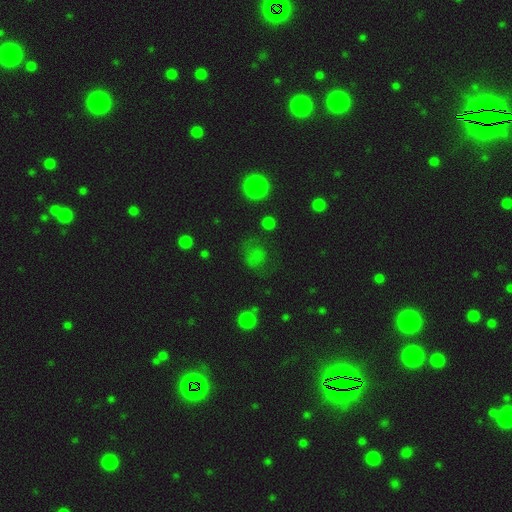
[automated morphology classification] Q: Smooth or featured?
A: smooth (62%); runner-up: star or artifact (26%)
Q: How rounded?
A: round (71%); runner-up: in between (27%)
Q: Merging?
A: none (57%); runner-up: minor disturbance (21%)